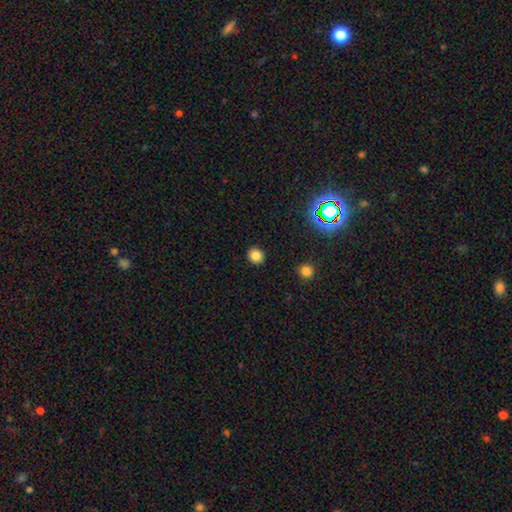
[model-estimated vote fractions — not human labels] Smooth or featured?
  - smooth: 83% *
  - star or artifact: 13%
  - featured or disk: 4%
How rounded?
  - round: 83% *
  - in between: 16%
  - cigar-shaped: 1%
Merging?
  - none: 91% *
  - minor disturbance: 6%
  - major disturbance: 2%
  - merger: 1%